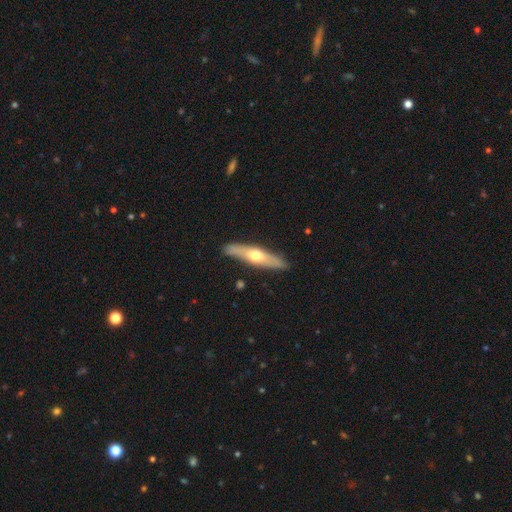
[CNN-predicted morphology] Smooth or featured? Predicted: featured or disk (p=0.53). Edge-on disk? Predicted: yes (p=0.86). Merging? Predicted: none (p=0.87).